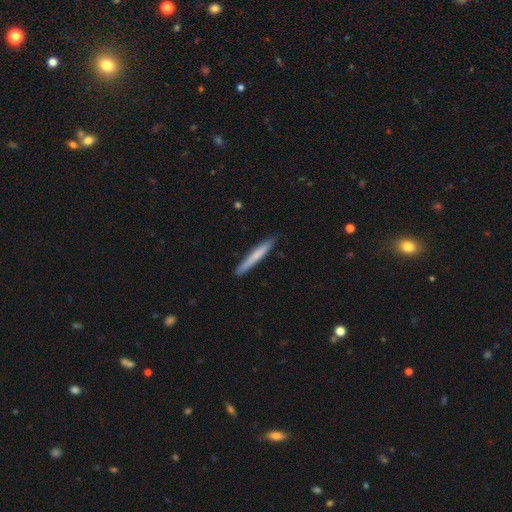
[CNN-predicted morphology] The model was most divided on "smooth or featured": smooth: 65%, featured or disk: 29%, star or artifact: 6%. More confident: how rounded — cigar-shaped (96%); merging — none (90%).